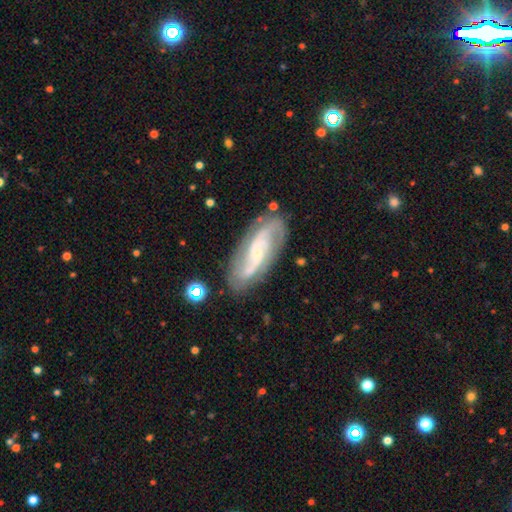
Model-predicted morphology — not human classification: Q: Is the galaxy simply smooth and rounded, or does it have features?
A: featured or disk — 79%.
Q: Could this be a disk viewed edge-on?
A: no — 90%.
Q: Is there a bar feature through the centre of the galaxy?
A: weak — 43%.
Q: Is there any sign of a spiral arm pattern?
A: yes — 94%.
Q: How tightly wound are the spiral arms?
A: medium — 41%.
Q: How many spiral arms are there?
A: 2 — 70%.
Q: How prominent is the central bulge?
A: small — 58%.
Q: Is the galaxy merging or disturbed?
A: none — 80%.